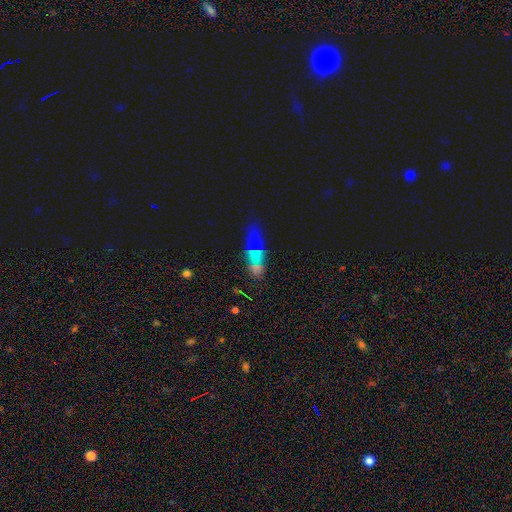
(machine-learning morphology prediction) smooth_or_featured: smooth (p=0.46) [alt: star or artifact p=0.36]
merging: none (p=0.70) [alt: minor disturbance p=0.15]